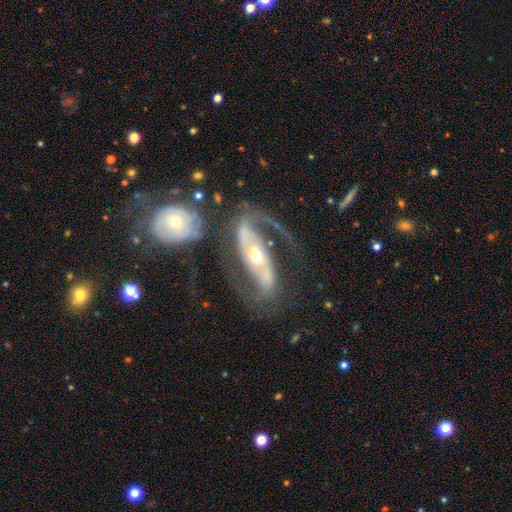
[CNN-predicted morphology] Smooth or featured: featured or disk — 86% (smooth — 9%)
Edge-on disk: no — 93% (yes — 7%)
Bar: strong — 41% (no — 32%)
Spiral arms: yes — 91% (no — 9%)
Spiral winding: medium — 43% (loose — 41%)
Spiral arm count: 2 — 81% (1 — 11%)
Bulge size: moderate — 68% (small — 21%)
Merging: none — 43% (major disturbance — 28%)